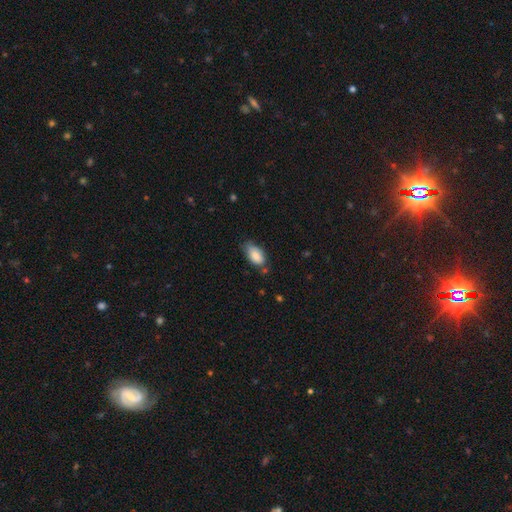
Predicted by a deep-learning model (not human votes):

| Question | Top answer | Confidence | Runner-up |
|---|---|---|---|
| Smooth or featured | smooth | 85% | featured or disk (8%) |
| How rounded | in between | 92% | cigar-shaped (5%) |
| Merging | none | 59% | minor disturbance (31%) |